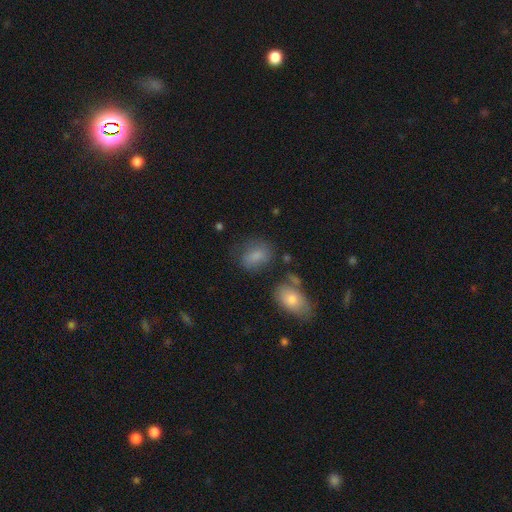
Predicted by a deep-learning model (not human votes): Q: Smooth or featured?
A: smooth (79%); runner-up: featured or disk (11%)
Q: How rounded?
A: in between (73%); runner-up: round (25%)
Q: Merging?
A: none (57%); runner-up: minor disturbance (24%)